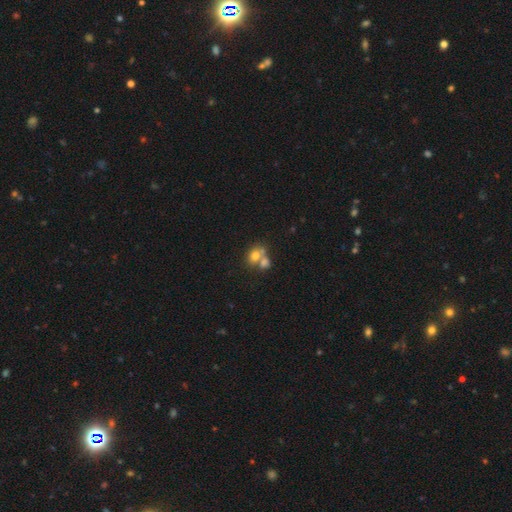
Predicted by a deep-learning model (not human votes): Smooth or featured: smooth — 72% (featured or disk — 16%)
How rounded: in between — 53% (round — 46%)
Merging: merger — 55% (none — 32%)